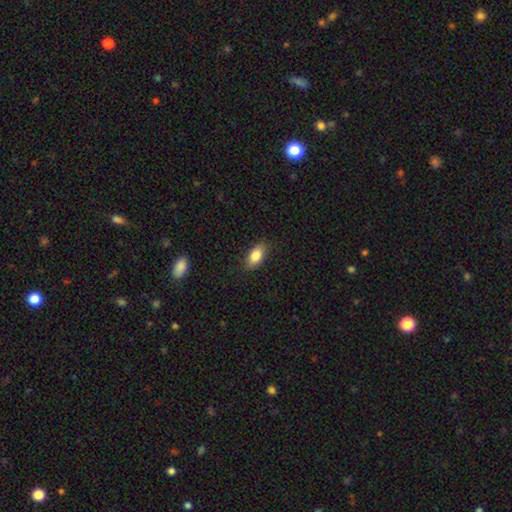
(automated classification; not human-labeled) A smooth galaxy with no disk features (83%) that is in between round and cigar-shaped (87%).

Vote fractions:
- Smooth or featured? smooth: 83% / featured or disk: 10% / star or artifact: 7%
- How rounded? in between: 87% / cigar-shaped: 7% / round: 6%
- Merging? none: 85% / minor disturbance: 11% / major disturbance: 3% / merger: 1%